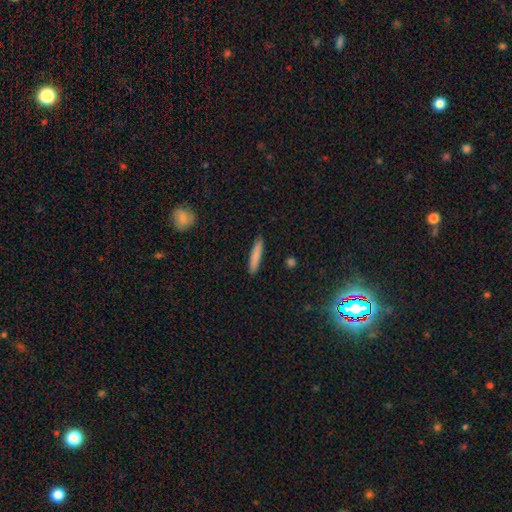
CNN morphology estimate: Smooth or featured: smooth — 82% (featured or disk — 12%)
How rounded: cigar-shaped — 91% (in between — 7%)
Merging: none — 89% (minor disturbance — 8%)